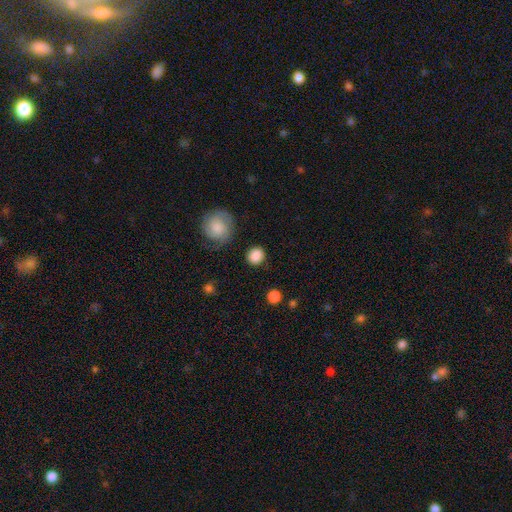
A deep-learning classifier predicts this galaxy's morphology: Smooth or featured?
  - smooth: 86% *
  - star or artifact: 7%
  - featured or disk: 7%
How rounded?
  - round: 86% *
  - in between: 13%
  - cigar-shaped: 1%
Merging?
  - none: 85% *
  - minor disturbance: 9%
  - major disturbance: 4%
  - merger: 2%